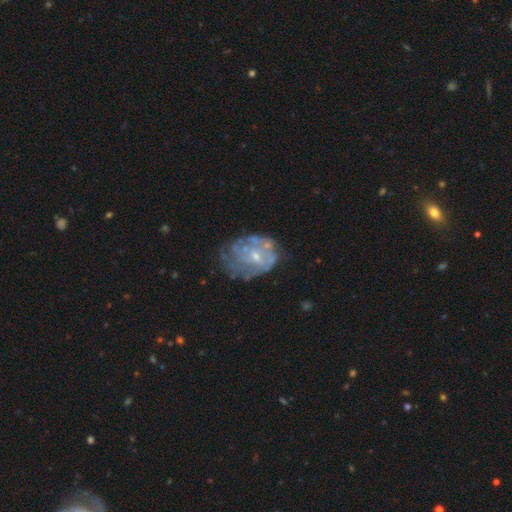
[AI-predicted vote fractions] Smooth or featured? featured or disk (71%)
Edge-on disk? no (98%)
Bar? no (70%)
Spiral arms? no (54%)
Bulge size? small (60%)
Merging? none (49%)